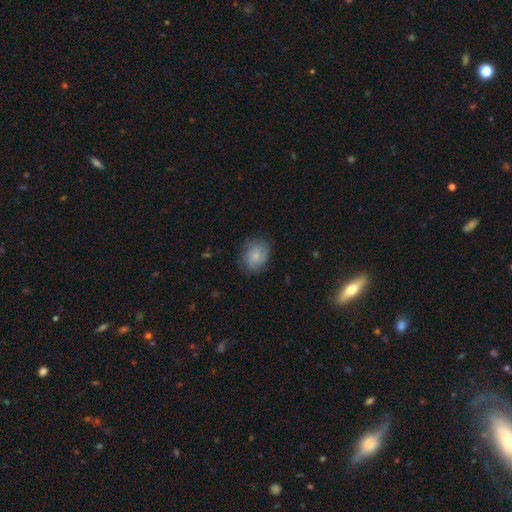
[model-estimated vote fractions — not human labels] This is likely a smooth galaxy (78%). How rounded: possibly in between (51%). Merging: likely none (77%).